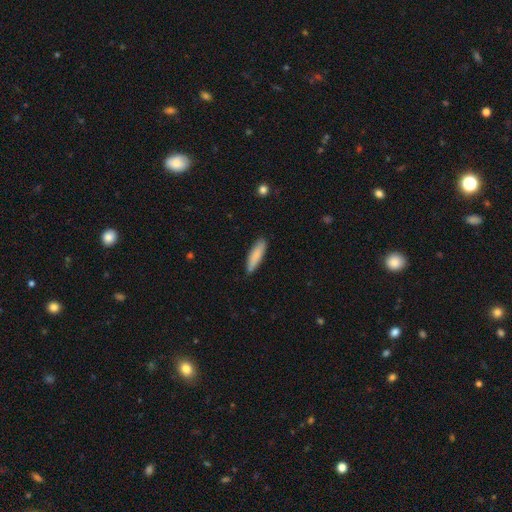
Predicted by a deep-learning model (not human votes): Q: Smooth or featured?
A: smooth (85%); runner-up: featured or disk (10%)
Q: How rounded?
A: cigar-shaped (61%); runner-up: in between (38%)
Q: Merging?
A: none (81%); runner-up: minor disturbance (15%)